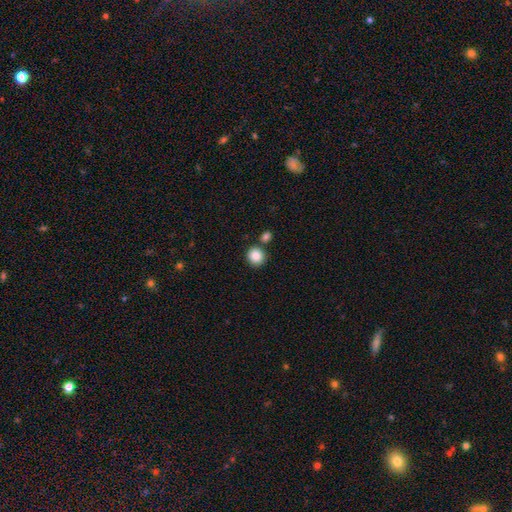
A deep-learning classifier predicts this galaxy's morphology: Q: Smooth or featured?
A: smooth (88%); runner-up: star or artifact (9%)
Q: How rounded?
A: round (87%); runner-up: in between (12%)
Q: Merging?
A: none (78%); runner-up: merger (11%)